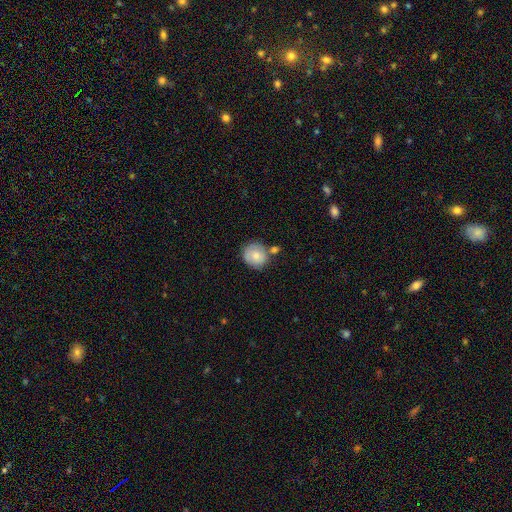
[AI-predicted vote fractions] A smooth galaxy with no disk features (73%) that is round (85%).

Vote fractions:
- Smooth or featured? smooth: 73% / featured or disk: 20% / star or artifact: 7%
- How rounded? round: 85% / in between: 14% / cigar-shaped: 1%
- Merging? none: 61% / minor disturbance: 18% / merger: 16% / major disturbance: 5%